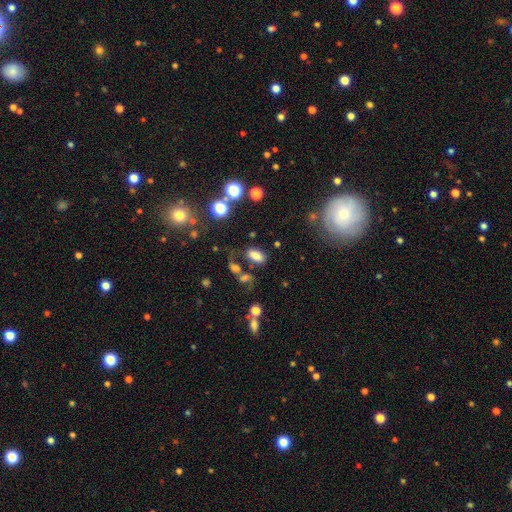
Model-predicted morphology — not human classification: Smooth or featured? smooth (77%)
How rounded? in between (90%)
Merging? none (64%)